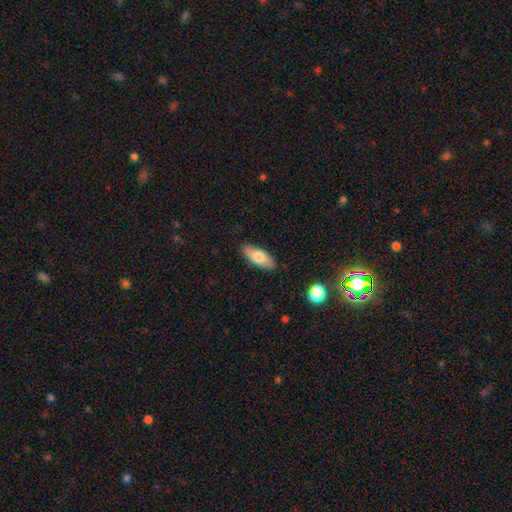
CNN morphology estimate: smooth 73%, featured or disk 20%, star or artifact 6%. Down the decision tree: how rounded — in between (80%); merging — none (88%).